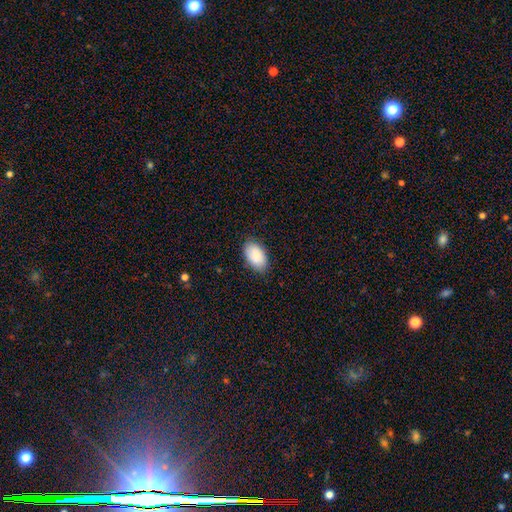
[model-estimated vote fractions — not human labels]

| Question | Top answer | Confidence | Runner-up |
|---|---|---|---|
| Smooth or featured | smooth | 90% | star or artifact (6%) |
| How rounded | in between | 95% | round (4%) |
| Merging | none | 85% | minor disturbance (12%) |